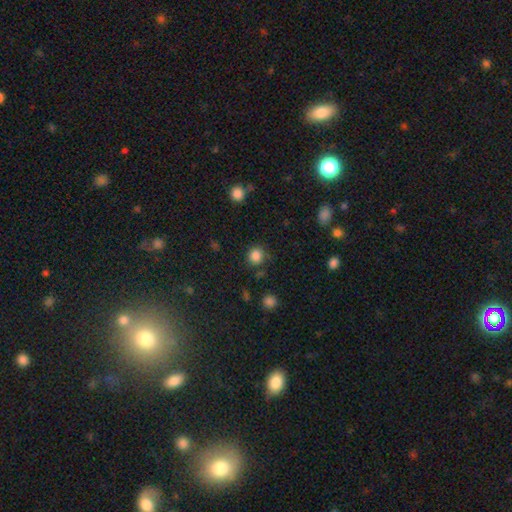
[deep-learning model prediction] smooth-or-featured: smooth: 85% | star or artifact: 12% | featured or disk: 4%
  how-rounded: round: 87% | in between: 12% | cigar-shaped: 1%
  merging: none: 80% | minor disturbance: 12% | major disturbance: 4% | merger: 3%